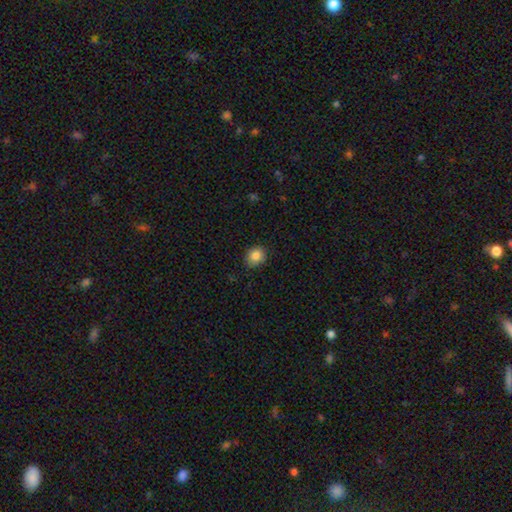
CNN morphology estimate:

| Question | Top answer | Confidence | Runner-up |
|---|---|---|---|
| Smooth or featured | smooth | 86% | star or artifact (10%) |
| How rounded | round | 64% | in between (36%) |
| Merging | none | 84% | minor disturbance (12%) |